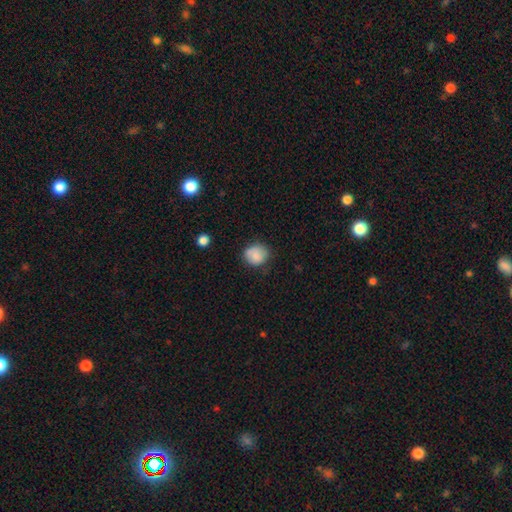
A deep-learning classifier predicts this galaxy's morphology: Smooth or featured? smooth (82%)
How rounded? round (75%)
Merging? none (71%)